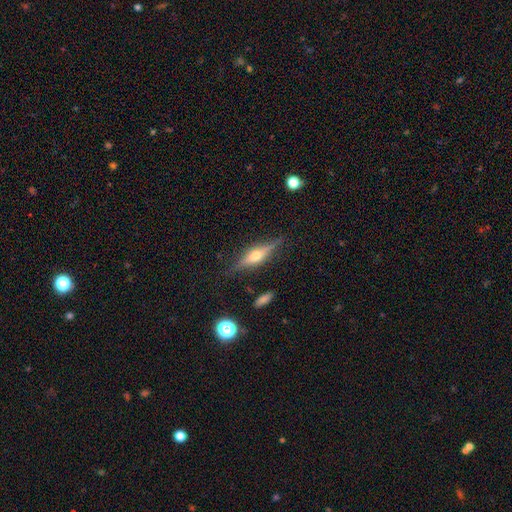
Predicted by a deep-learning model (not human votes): This appears to be a featured or disk galaxy (73%) viewed edge-on (96%) with a rounded central bulge (91%). Merging: none (85%).